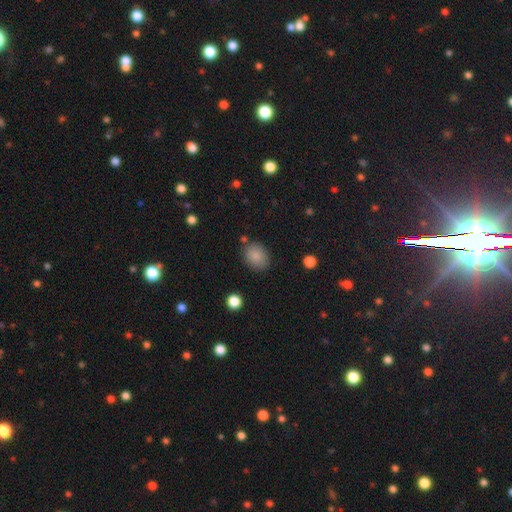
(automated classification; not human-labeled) Smooth or featured: smooth — 86% (star or artifact — 9%)
How rounded: in between — 56% (round — 43%)
Merging: none — 81% (minor disturbance — 12%)